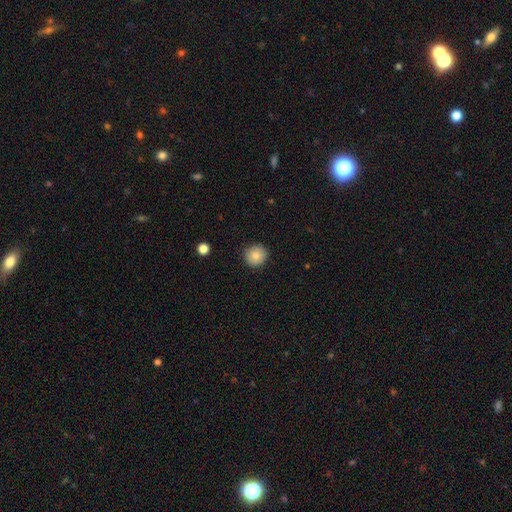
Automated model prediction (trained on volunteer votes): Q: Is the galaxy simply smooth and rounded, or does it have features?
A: smooth — 85%.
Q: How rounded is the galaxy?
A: round — 93%.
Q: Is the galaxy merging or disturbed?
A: none — 91%.